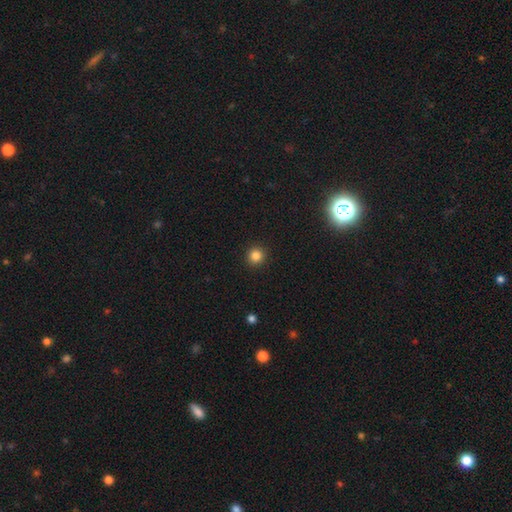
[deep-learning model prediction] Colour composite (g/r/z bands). It shows a smooth galaxy with no disk features (84%) that is round (93%). Merging: none (93%).